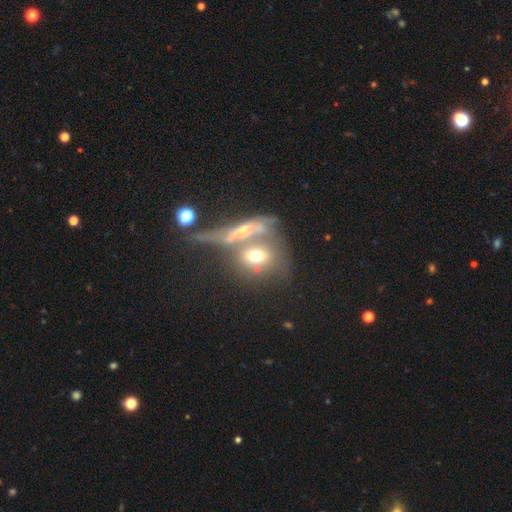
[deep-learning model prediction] This appears to be a smooth galaxy with no disk features (52%) that is round (49%). Merging: merger (47%).